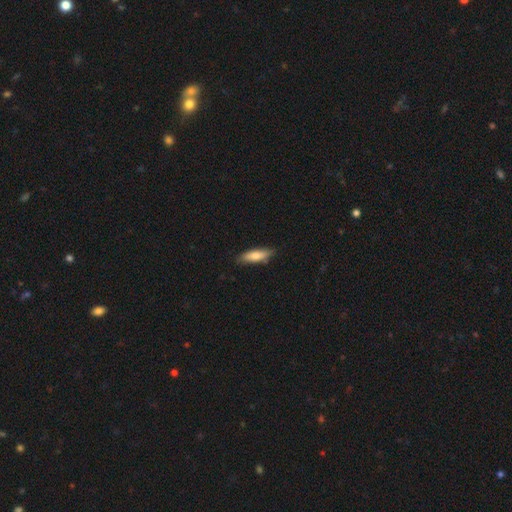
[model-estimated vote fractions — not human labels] smooth-or-featured: smooth: 76% | featured or disk: 18% | star or artifact: 6%
  how-rounded: cigar-shaped: 55% | in between: 43% | round: 2%
  merging: none: 79% | minor disturbance: 17% | major disturbance: 2% | merger: 1%